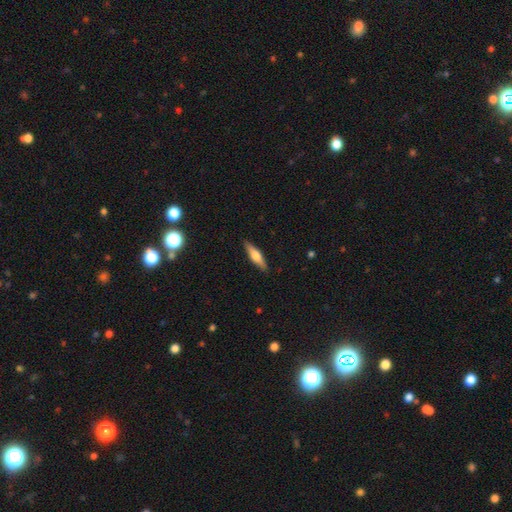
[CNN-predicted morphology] type=smooth (48%); merging=none (89%).